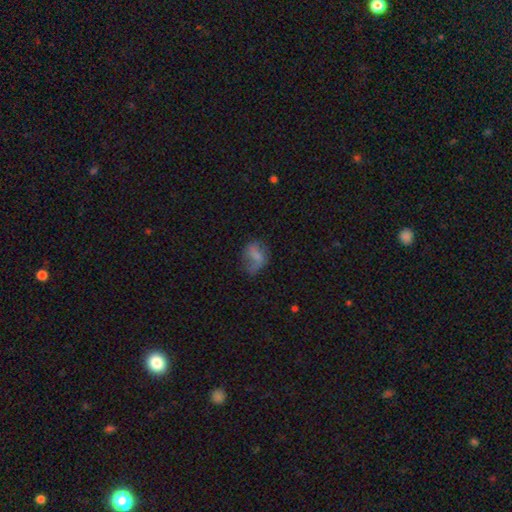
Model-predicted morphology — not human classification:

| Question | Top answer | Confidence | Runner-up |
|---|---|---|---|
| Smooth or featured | smooth | 58% | featured or disk (31%) |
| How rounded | in between | 69% | round (28%) |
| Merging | none | 42% | minor disturbance (31%) |